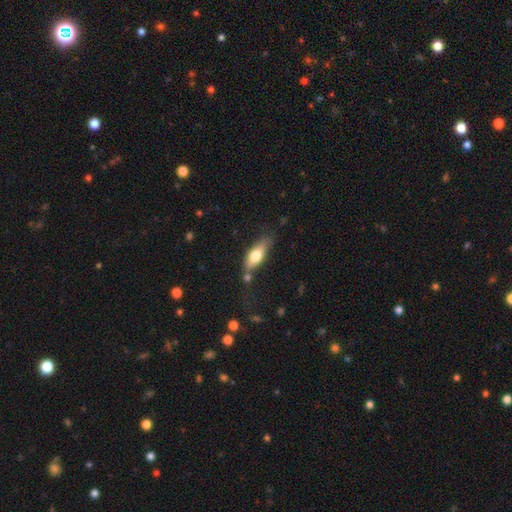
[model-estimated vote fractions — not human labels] smooth 66%, featured or disk 28%, star or artifact 6%. Down the decision tree: how rounded — in between (66%); merging — none (64%).